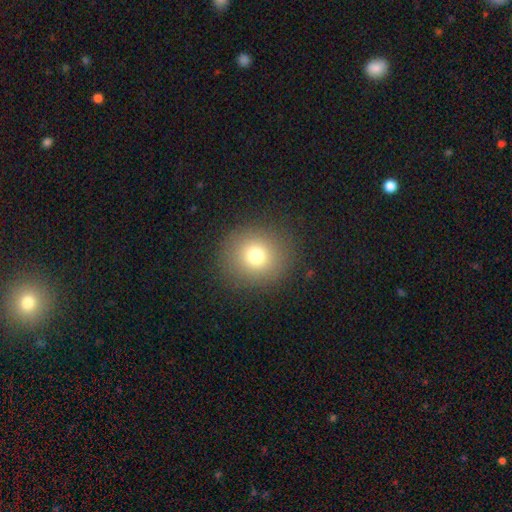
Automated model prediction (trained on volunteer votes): This is likely a smooth galaxy (74%). How rounded: clearly round (89%). Merging: clearly none (89%).